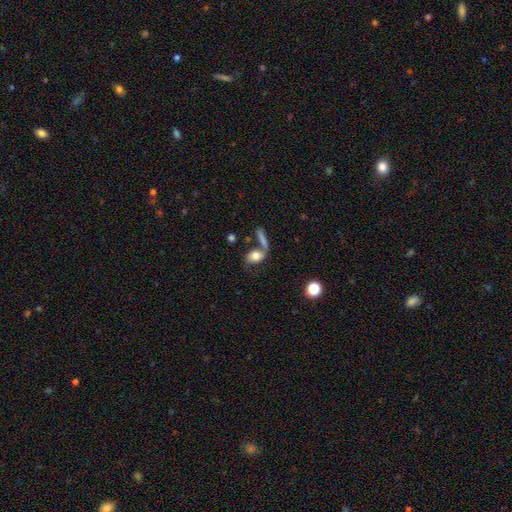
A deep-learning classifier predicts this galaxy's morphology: Smooth or featured? Predicted: smooth (p=0.66). How rounded? Predicted: in between (p=0.75). Merging? Predicted: none (p=0.40).